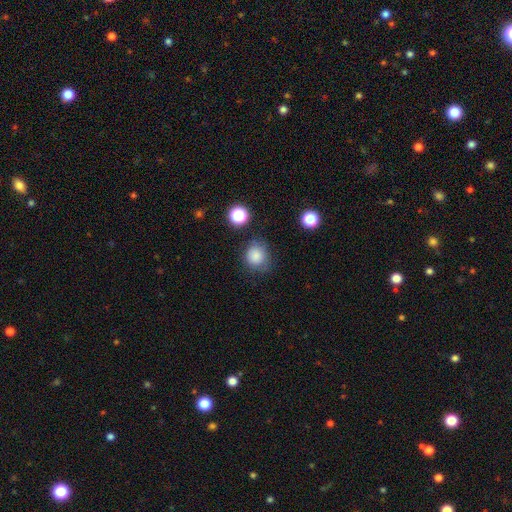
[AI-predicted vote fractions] A smooth galaxy with no disk features (83%) that is round (81%). Merging: none (71%).